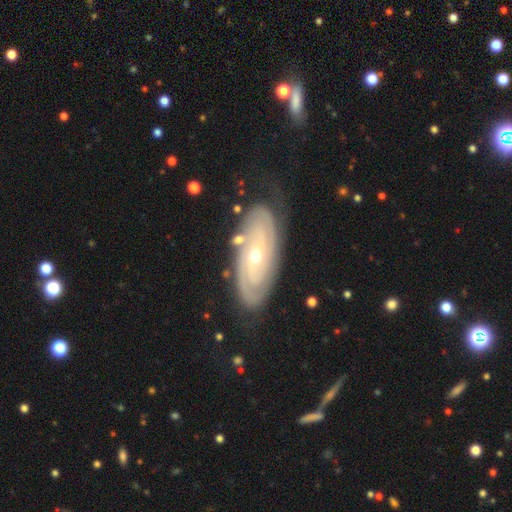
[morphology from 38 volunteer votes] A featured or disk galaxy (95%) with no bar (56%), 2 (69%) tight (78%) spiral arms (94%) and a small central bulge (62%).

Vote fractions:
- Smooth or featured? featured or disk: 95% / smooth: 3% / star or artifact: 3%
- Edge-on disk? no: 94% / yes: 6%
- Bar? no: 56% / weak: 26% / strong: 18%
- Spiral arms? yes: 94% / no: 6%
- Spiral winding? tight: 78% / medium: 12% / loose: 9%
- Spiral arm count? 2: 69% / 3: 9% / 4: 9% / can't tell: 9% / 1: 3% / more than 4: 0%
- Bulge size? small: 62% / moderate: 35% / large: 3% / dominant: 0% / none: 0%
- Merging? none: 70% / minor disturbance: 22% / major disturbance: 5% / merger: 3%